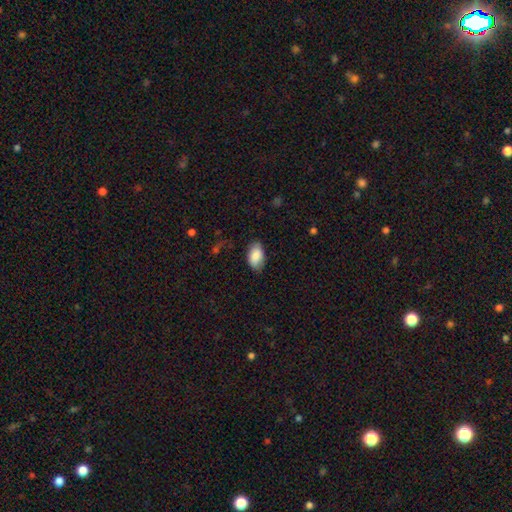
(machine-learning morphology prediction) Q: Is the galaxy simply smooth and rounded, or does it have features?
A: smooth — 87%.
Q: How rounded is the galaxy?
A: in between — 94%.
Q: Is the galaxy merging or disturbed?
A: none — 79%.